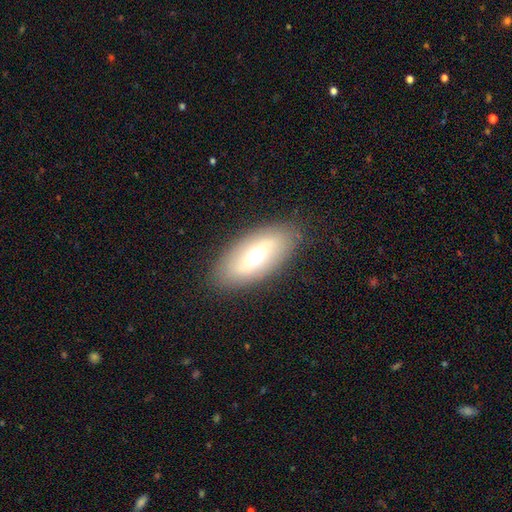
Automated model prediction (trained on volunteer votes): Smooth or featured?
  - smooth: 51% *
  - featured or disk: 41%
  - star or artifact: 8%
How rounded?
  - in between: 88% *
  - cigar-shaped: 8%
  - round: 4%
Merging?
  - none: 85% *
  - minor disturbance: 10%
  - major disturbance: 3%
  - merger: 1%